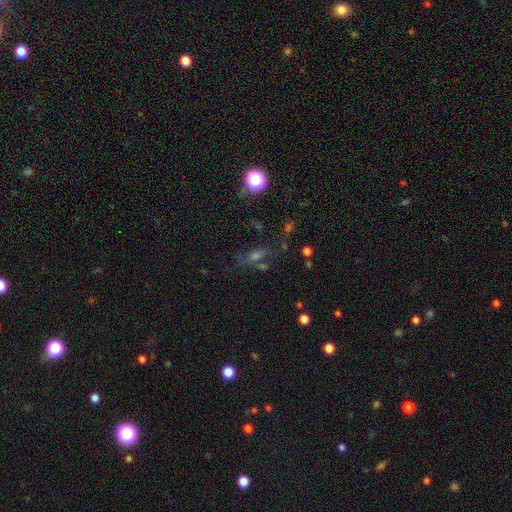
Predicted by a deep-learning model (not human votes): Q: Smooth or featured?
A: star or artifact (38%); runner-up: smooth (36%)